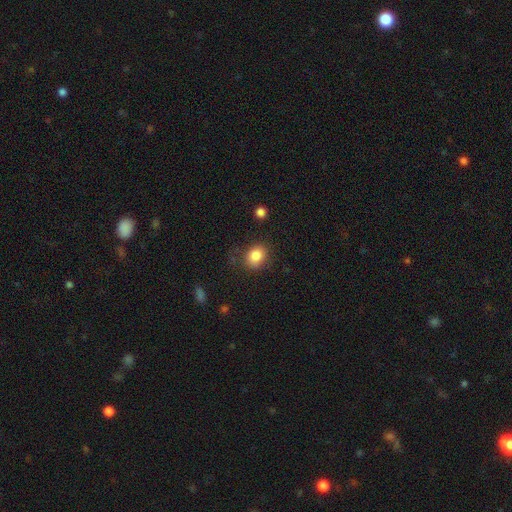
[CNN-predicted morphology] A smooth galaxy with no disk features (84%) that is round (53%). Merging: none (75%).